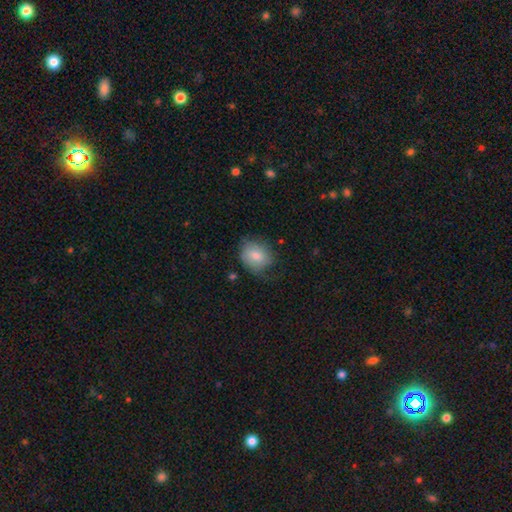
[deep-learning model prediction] Smooth or featured? smooth (74%)
How rounded? round (55%)
Merging? none (56%)